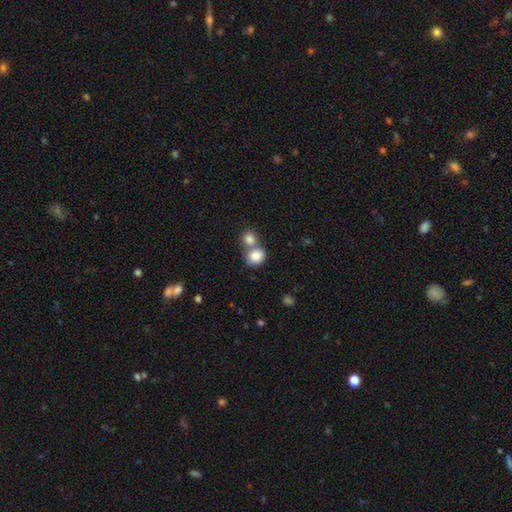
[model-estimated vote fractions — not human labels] smooth_or_featured: smooth (p=0.84) [alt: star or artifact p=0.08]
how_rounded: round (p=0.67) [alt: in between p=0.32]
merging: merger (p=0.49) [alt: none p=0.40]